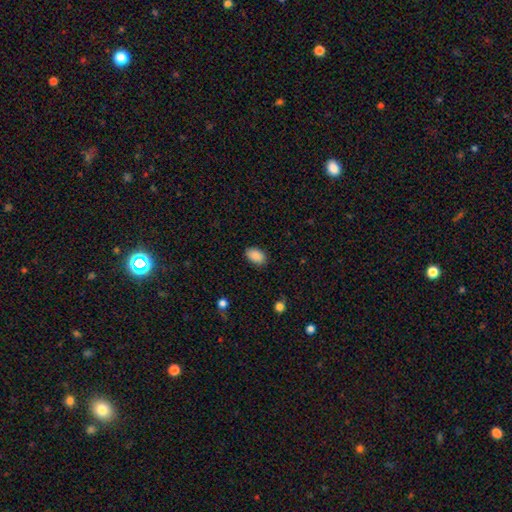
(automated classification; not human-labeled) smooth-or-featured: smooth: 89% | star or artifact: 8% | featured or disk: 3%
  how-rounded: in between: 92% | round: 7% | cigar-shaped: 1%
  merging: none: 87% | minor disturbance: 10% | major disturbance: 2% | merger: 1%